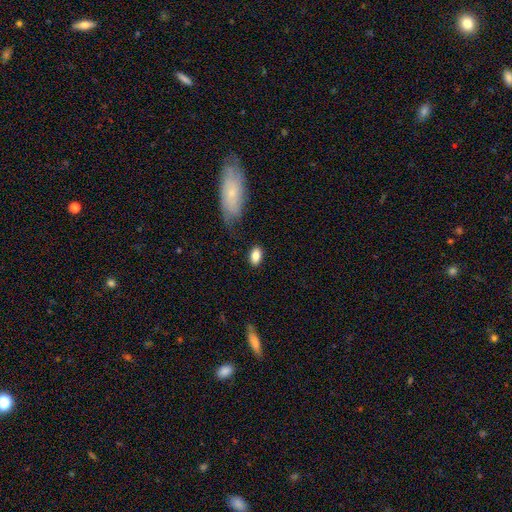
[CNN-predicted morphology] This is clearly a smooth galaxy (84%). How rounded: clearly in between (89%). Merging: clearly none (83%).